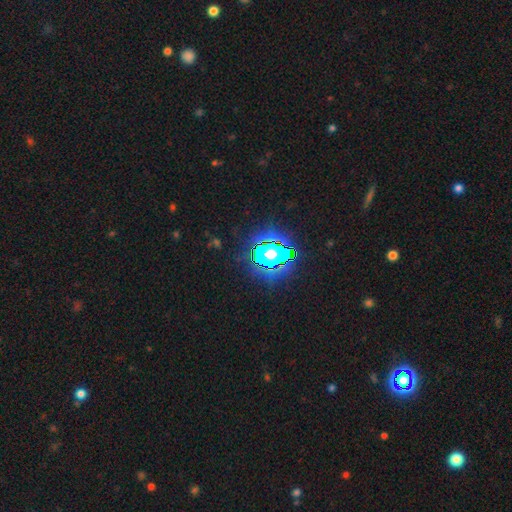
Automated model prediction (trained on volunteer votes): The model was most divided on "smooth or featured": star or artifact: 82%, smooth: 11%, featured or disk: 7%.